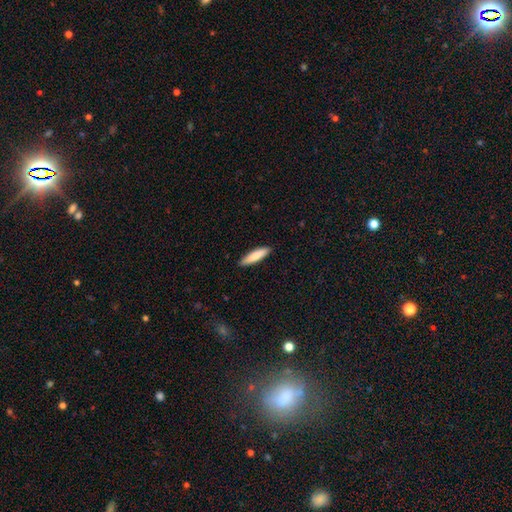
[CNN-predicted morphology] Smooth or featured?
  - smooth: 83% *
  - featured or disk: 12%
  - star or artifact: 5%
How rounded?
  - cigar-shaped: 76% *
  - in between: 23%
  - round: 1%
Merging?
  - none: 89% *
  - minor disturbance: 8%
  - major disturbance: 2%
  - merger: 1%